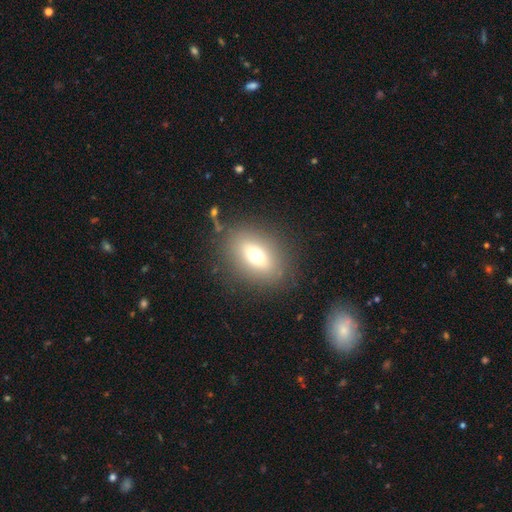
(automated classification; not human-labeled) A smooth galaxy with no disk features (65%) that is in between round and cigar-shaped (70%). Merging: none (82%).